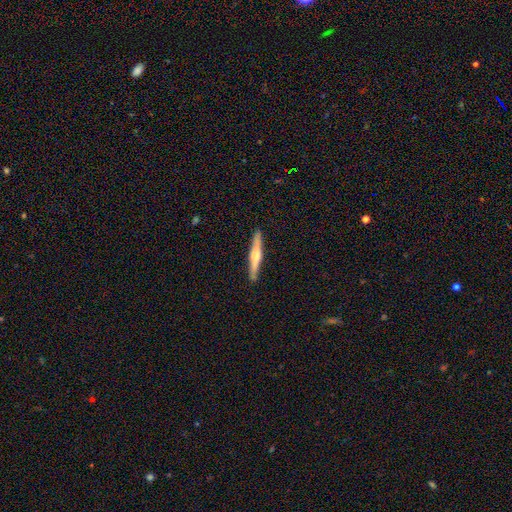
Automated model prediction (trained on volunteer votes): A featured or disk galaxy (58%) viewed edge-on (97%) with a rounded central bulge (81%). Merging: none (89%).